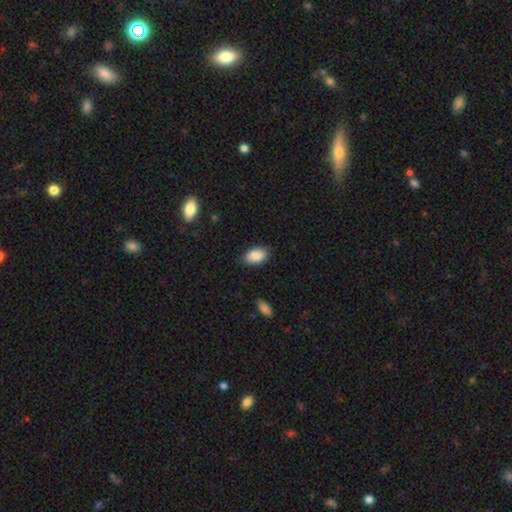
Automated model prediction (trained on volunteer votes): Smooth or featured? Predicted: smooth (p=0.89). How rounded? Predicted: in between (p=0.93). Merging? Predicted: none (p=0.86).